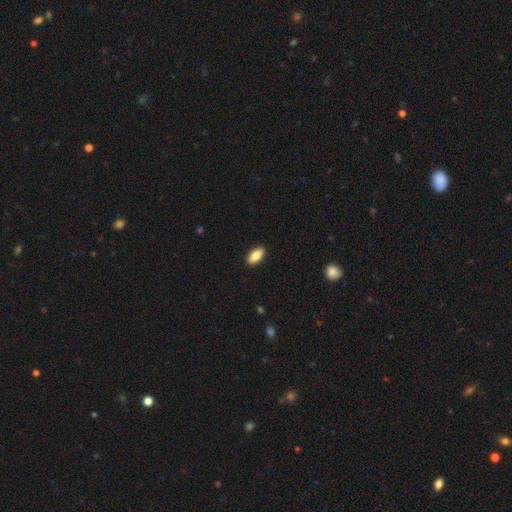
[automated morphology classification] smooth_or_featured: smooth (p=0.83) [alt: featured or disk p=0.10]
how_rounded: in between (p=0.89) [alt: cigar-shaped p=0.08]
merging: none (p=0.90) [alt: minor disturbance p=0.07]